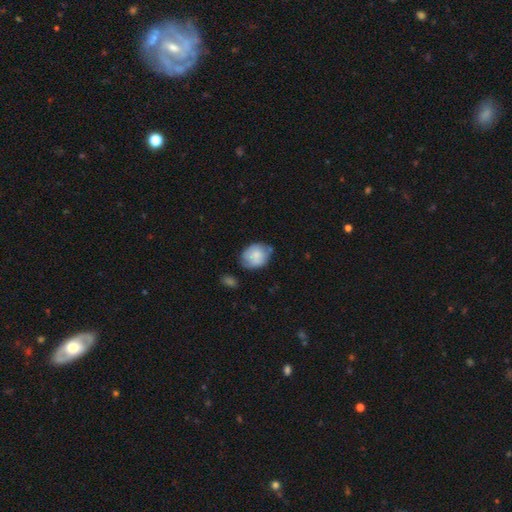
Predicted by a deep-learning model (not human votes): Smooth or featured: smooth — 74% (featured or disk — 19%)
How rounded: in between — 52% (round — 47%)
Merging: none — 61% (minor disturbance — 27%)